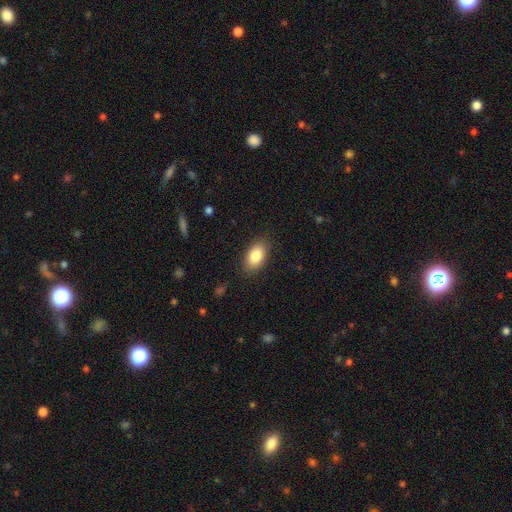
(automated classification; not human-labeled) smooth_or_featured: smooth (p=0.85) [alt: featured or disk p=0.08]
how_rounded: in between (p=0.91) [alt: round p=0.07]
merging: none (p=0.85) [alt: minor disturbance p=0.11]